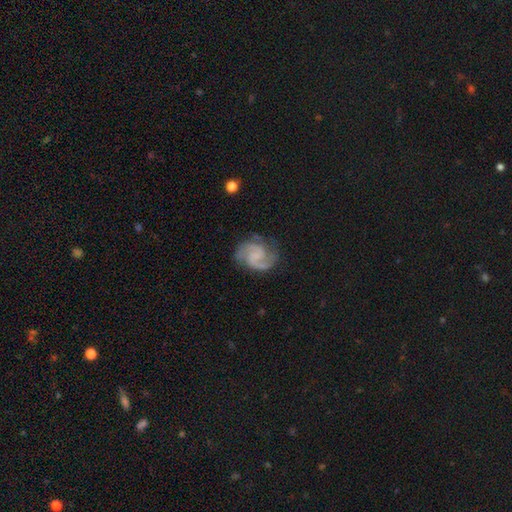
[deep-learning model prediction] smooth-or-featured: featured or disk: 89% | smooth: 7% | star or artifact: 5%
  disk-edge-on: no: 98% | yes: 2%
    bar: no: 47% | weak: 44% | strong: 9%
    has-spiral-arms: yes: 98% | no: 2%
      spiral-winding: medium: 57% | tight: 26% | loose: 17%
      spiral-arm-count: 2: 90% | 3: 3% | can't tell: 3% | 1: 2% | 4: 1% | more than 4: 1%
    bulge-size: none: 49% | small: 37% | moderate: 11% | large: 2% | dominant: 1%
  merging: none: 77% | minor disturbance: 15% | major disturbance: 6% | merger: 1%